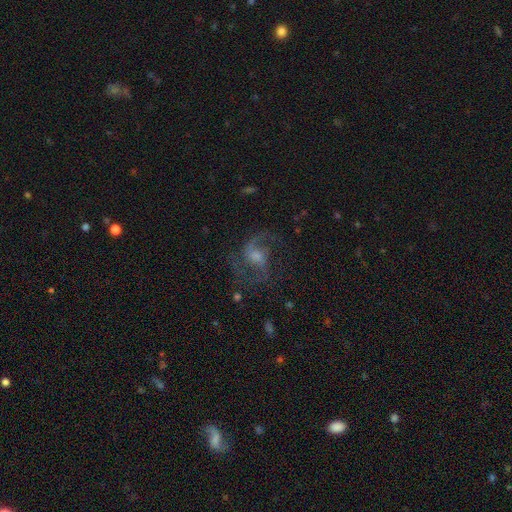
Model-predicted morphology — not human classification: This appears to be a featured or disk galaxy (81%) with a weak bar (45%), 2 (79%) medium (52%) spiral arms (95%) and a moderate central bulge (45%). Merging: none (66%).